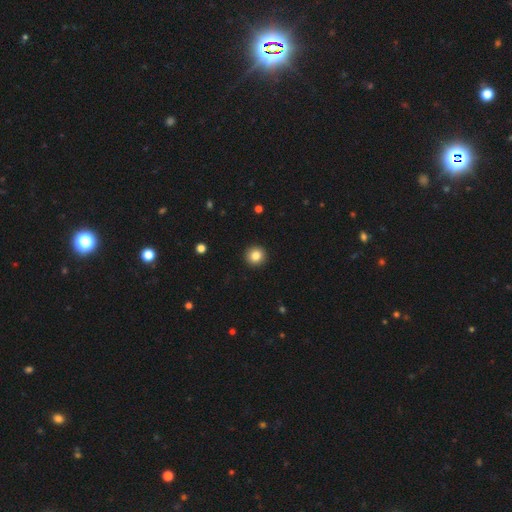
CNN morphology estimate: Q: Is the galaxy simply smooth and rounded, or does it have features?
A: smooth — 84%.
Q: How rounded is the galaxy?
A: round — 94%.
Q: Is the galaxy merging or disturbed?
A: none — 93%.